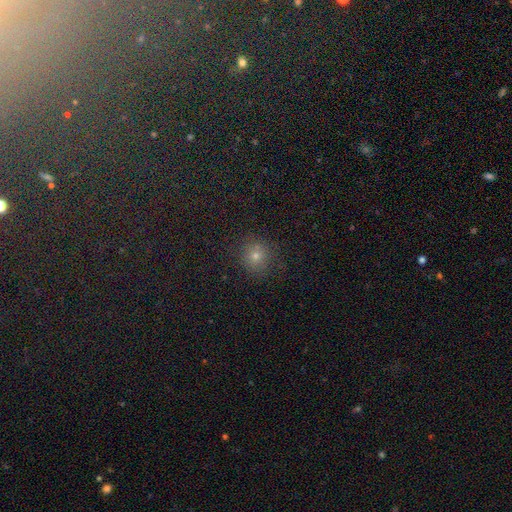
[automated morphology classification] A smooth galaxy with no disk features (67%) that is round (91%).

Vote fractions:
- Smooth or featured? smooth: 67% / star or artifact: 25% / featured or disk: 9%
- How rounded? round: 91% / in between: 8% / cigar-shaped: 1%
- Merging? none: 85% / minor disturbance: 10% / major disturbance: 3% / merger: 2%